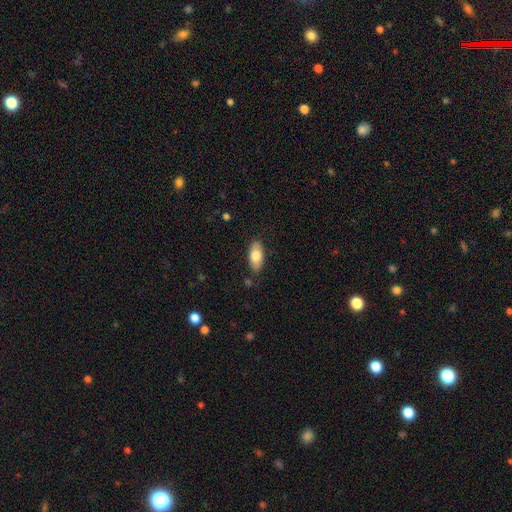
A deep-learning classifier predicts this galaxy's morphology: smooth 77%, featured or disk 17%, star or artifact 6%. Down the decision tree: how rounded — in between (88%); merging — none (84%).